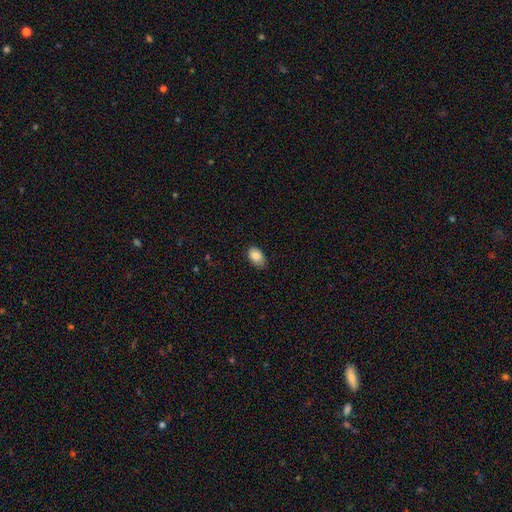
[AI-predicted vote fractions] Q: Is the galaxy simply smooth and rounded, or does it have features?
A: smooth — 87%.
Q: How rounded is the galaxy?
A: in between — 89%.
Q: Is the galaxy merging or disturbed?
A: none — 72%.